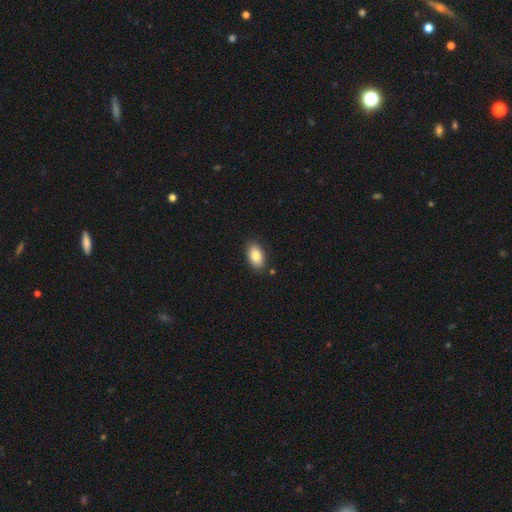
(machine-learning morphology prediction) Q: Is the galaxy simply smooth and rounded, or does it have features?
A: smooth — 85%.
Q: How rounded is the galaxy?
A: in between — 92%.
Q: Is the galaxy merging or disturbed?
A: none — 87%.